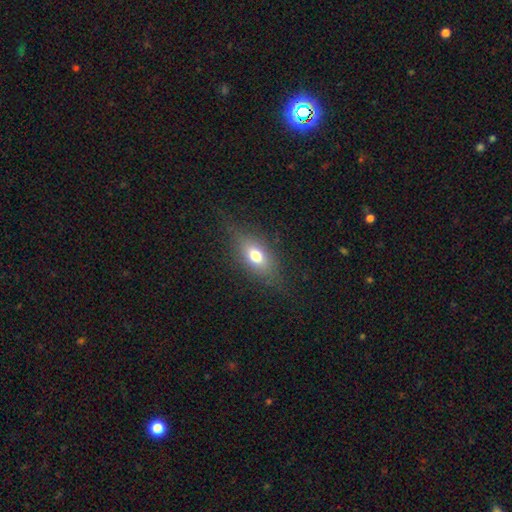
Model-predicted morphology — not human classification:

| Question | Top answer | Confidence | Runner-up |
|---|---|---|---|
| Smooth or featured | smooth | 68% | featured or disk (21%) |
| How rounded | in between | 77% | round (12%) |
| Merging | none | 77% | minor disturbance (15%) |